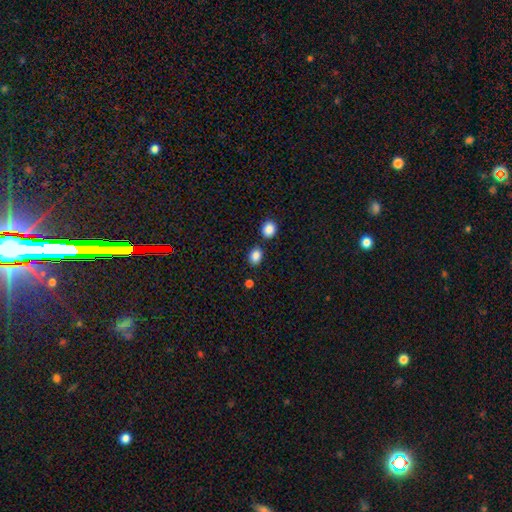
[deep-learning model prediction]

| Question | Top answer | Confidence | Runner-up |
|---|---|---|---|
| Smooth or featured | smooth | 86% | star or artifact (10%) |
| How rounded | in between | 56% | round (43%) |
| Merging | none | 78% | merger (10%) |